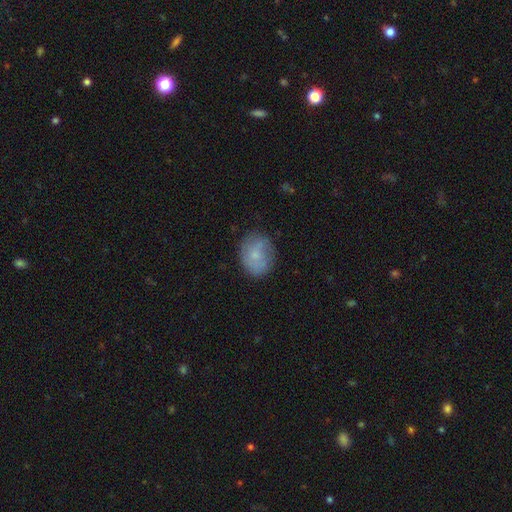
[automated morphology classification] Smooth or featured? smooth (68%)
How rounded? in between (50%)
Merging? none (73%)